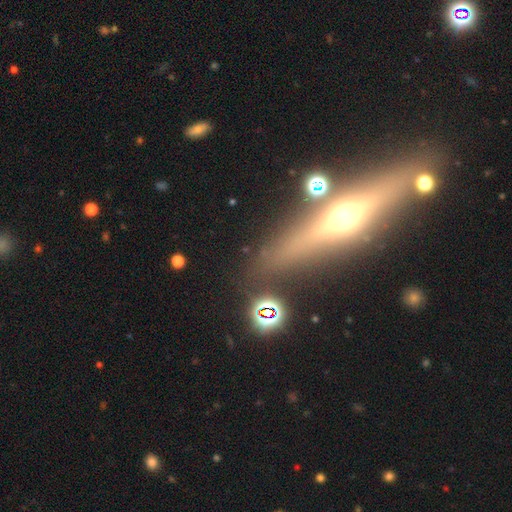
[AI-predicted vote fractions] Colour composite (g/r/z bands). It shows a featured or disk galaxy (72%) viewed edge-on (93%) with a rounded central bulge (91%). Merging: none (84%).